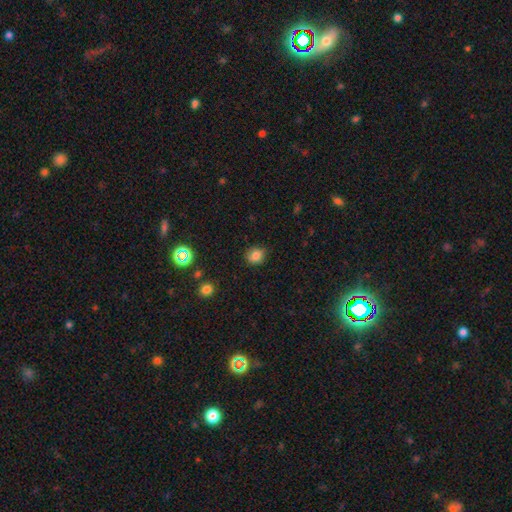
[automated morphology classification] Q: Smooth or featured?
A: smooth (81%); runner-up: star or artifact (13%)
Q: How rounded?
A: round (74%); runner-up: in between (25%)
Q: Merging?
A: none (86%); runner-up: minor disturbance (10%)